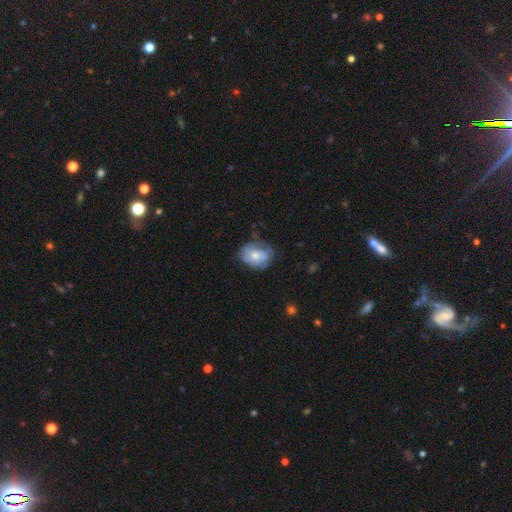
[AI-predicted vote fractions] Smooth or featured? smooth (66%)
How rounded? in between (56%)
Merging? none (57%)